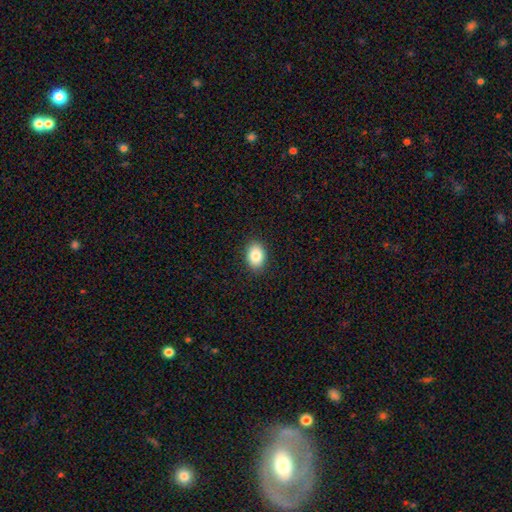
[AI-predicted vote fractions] Smooth or featured?
  - smooth: 86% *
  - star or artifact: 8%
  - featured or disk: 6%
How rounded?
  - in between: 79% *
  - round: 20%
  - cigar-shaped: 1%
Merging?
  - none: 89% *
  - minor disturbance: 8%
  - major disturbance: 2%
  - merger: 1%